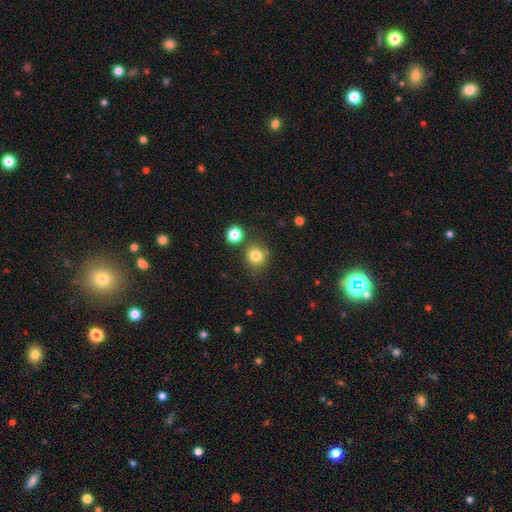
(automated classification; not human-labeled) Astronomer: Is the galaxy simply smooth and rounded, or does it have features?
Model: smooth — 81%.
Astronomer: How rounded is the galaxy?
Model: round — 88%.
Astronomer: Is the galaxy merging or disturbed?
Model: none — 77%.